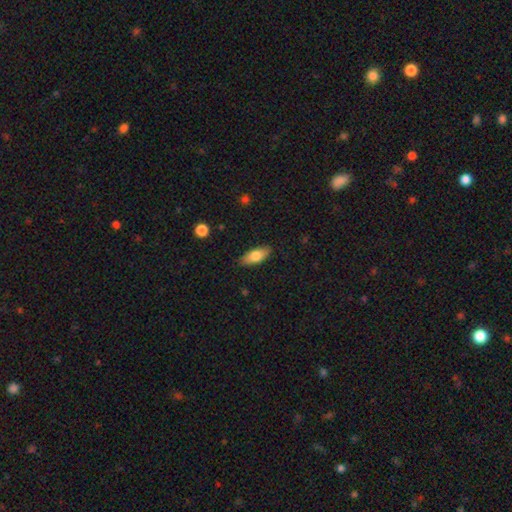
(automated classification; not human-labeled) smooth 75%, featured or disk 19%, star or artifact 6%. Down the decision tree: how rounded — in between (81%); merging — none (86%).